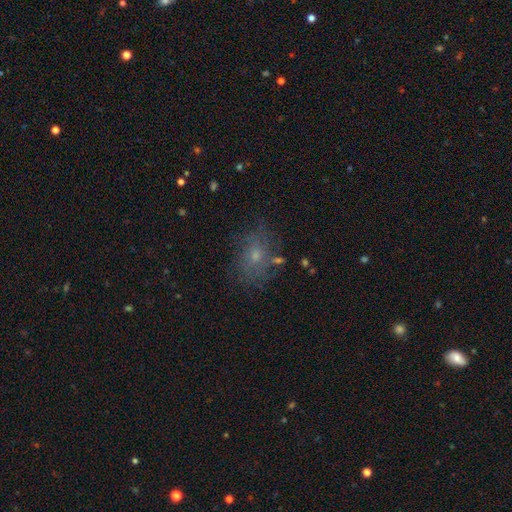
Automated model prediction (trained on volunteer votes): This is possibly a smooth galaxy (48%). Merging: likely none (67%).